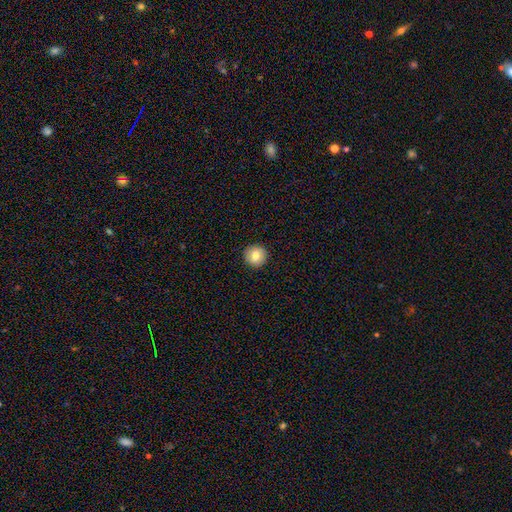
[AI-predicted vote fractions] smooth 79%, featured or disk 12%, star or artifact 9%. Down the decision tree: how rounded — round (94%); merging — none (92%).